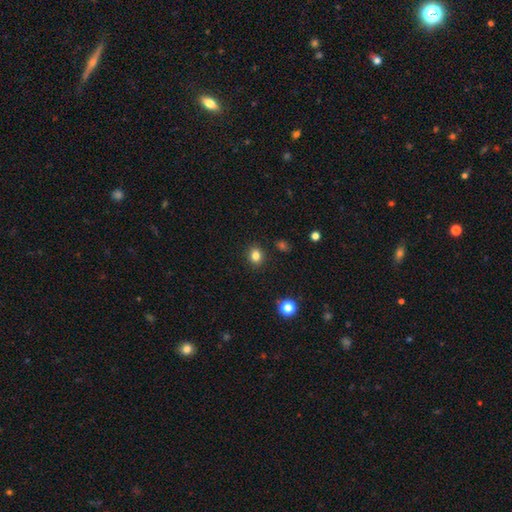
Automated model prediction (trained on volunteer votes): Smooth or featured?
  - smooth: 82% *
  - star or artifact: 13%
  - featured or disk: 5%
How rounded?
  - round: 70% *
  - in between: 29%
  - cigar-shaped: 1%
Merging?
  - none: 89% *
  - minor disturbance: 7%
  - major disturbance: 2%
  - merger: 2%